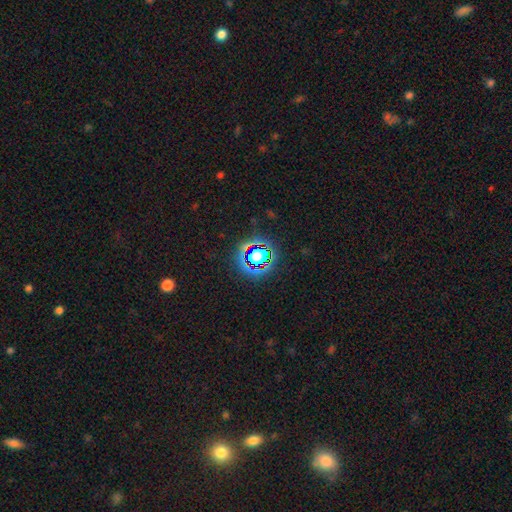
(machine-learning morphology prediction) A star or artifact, not a galaxy (59%).